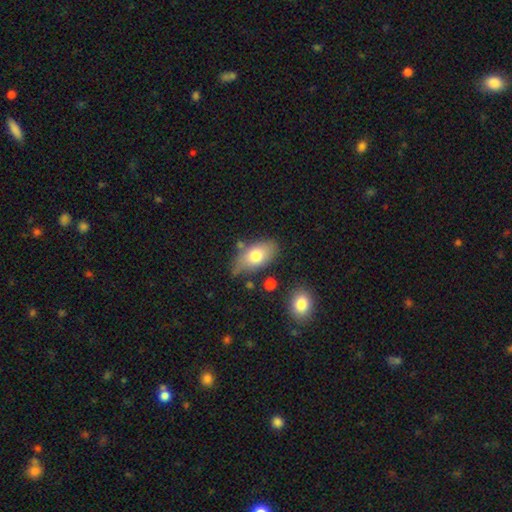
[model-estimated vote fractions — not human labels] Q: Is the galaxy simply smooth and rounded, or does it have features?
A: smooth — 74%.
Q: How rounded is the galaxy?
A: in between — 91%.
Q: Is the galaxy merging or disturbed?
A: none — 68%.